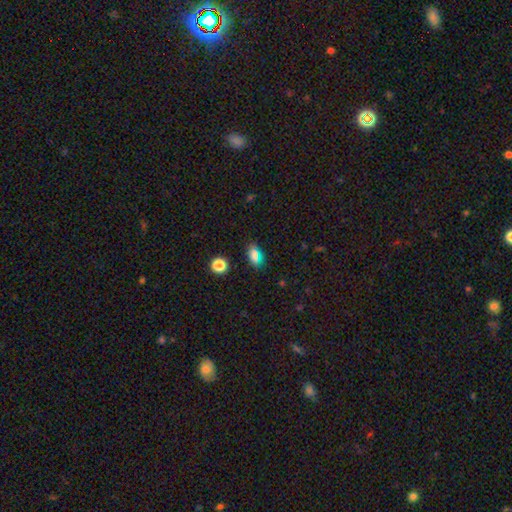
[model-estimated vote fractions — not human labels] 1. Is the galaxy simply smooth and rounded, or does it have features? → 68% smooth, 23% star or artifact, 9% featured or disk.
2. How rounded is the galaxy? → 75% in between, 18% round, 7% cigar-shaped.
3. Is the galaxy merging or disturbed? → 86% none, 10% minor disturbance, 3% major disturbance, 2% merger.